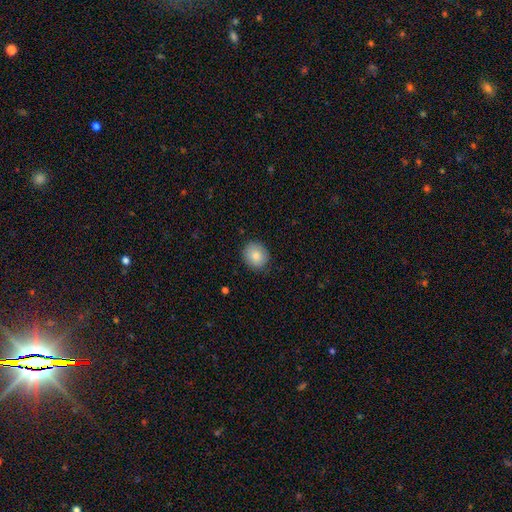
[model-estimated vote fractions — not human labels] A smooth galaxy with no disk features (82%) that is round (74%).

Vote fractions:
- Smooth or featured? smooth: 82% / featured or disk: 11% / star or artifact: 8%
- How rounded? round: 74% / in between: 25% / cigar-shaped: 1%
- Merging? none: 83% / minor disturbance: 13% / major disturbance: 3% / merger: 1%